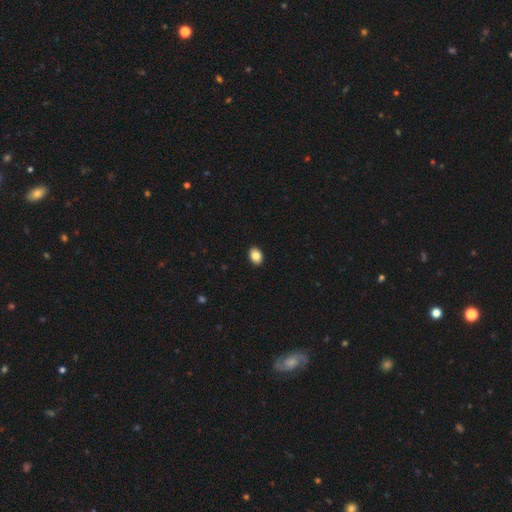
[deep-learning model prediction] This appears to be a smooth galaxy with no disk features (85%) that is in between round and cigar-shaped (75%). Merging: none (91%).